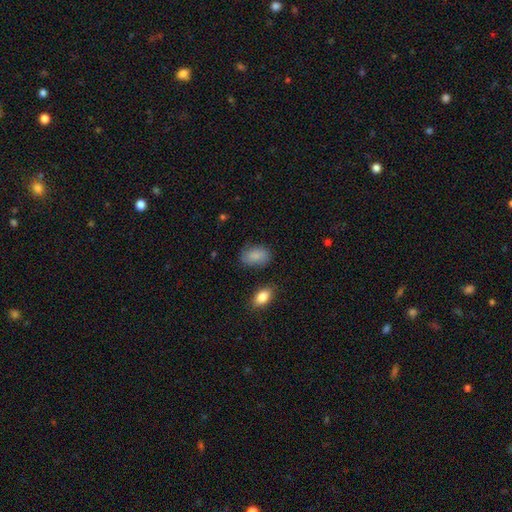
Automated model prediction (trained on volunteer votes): Smooth or featured? Predicted: smooth (p=0.87). How rounded? Predicted: in between (p=0.89). Merging? Predicted: none (p=0.78).